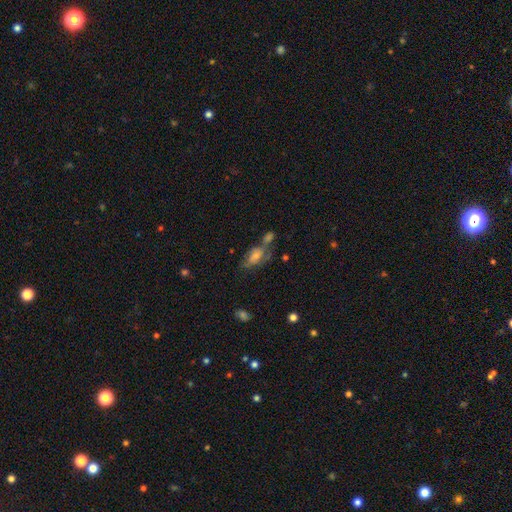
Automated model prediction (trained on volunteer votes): Smooth or featured?
  - featured or disk: 46% *
  - smooth: 39%
  - star or artifact: 16%
Merging?
  - none: 37% *
  - merger: 31%
  - minor disturbance: 18%
  - major disturbance: 14%